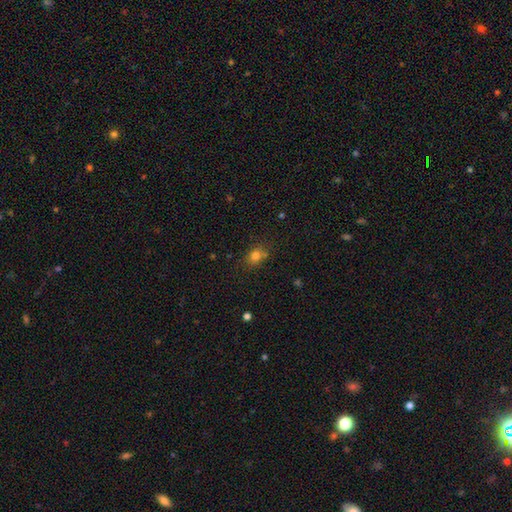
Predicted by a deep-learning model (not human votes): Overall: smooth (77%). How rounded: round (51%; in between 47%). Merging: none (72%).